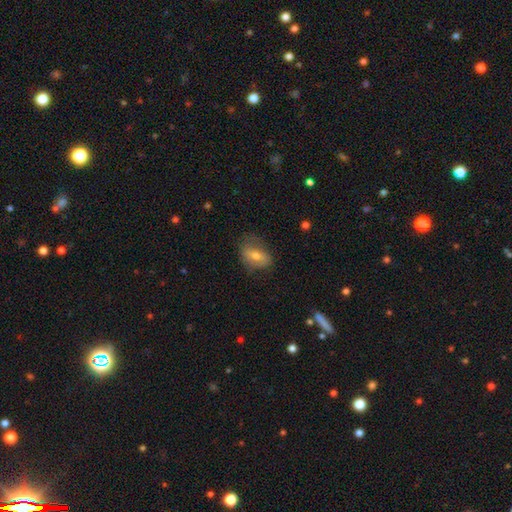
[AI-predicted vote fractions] Smooth or featured? Predicted: smooth (p=0.56). How rounded? Predicted: in between (p=0.79). Merging? Predicted: none (p=0.64).